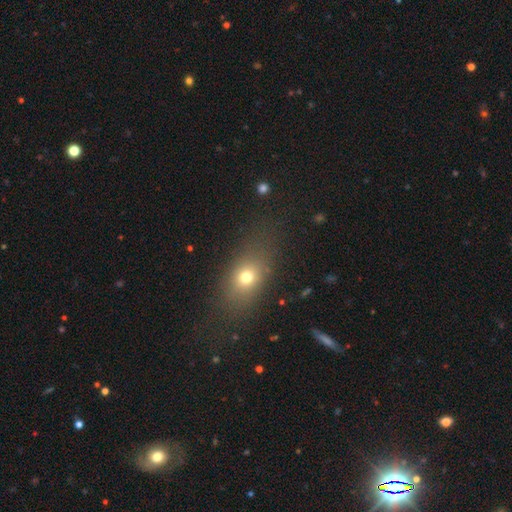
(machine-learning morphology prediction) smooth 61%, star or artifact 22%, featured or disk 17%. Down the decision tree: how rounded — in between (66%); merging — none (80%).